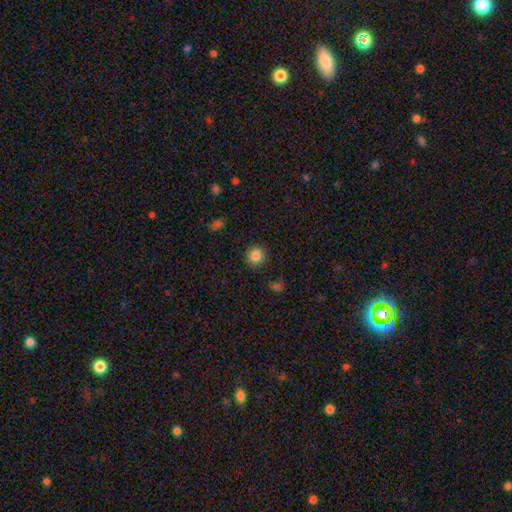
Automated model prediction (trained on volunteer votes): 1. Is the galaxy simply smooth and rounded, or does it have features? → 85% smooth, 11% star or artifact, 5% featured or disk.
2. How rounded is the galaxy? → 93% round, 6% in between, 1% cigar-shaped.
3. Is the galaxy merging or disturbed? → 90% none, 7% minor disturbance, 2% major disturbance, 1% merger.